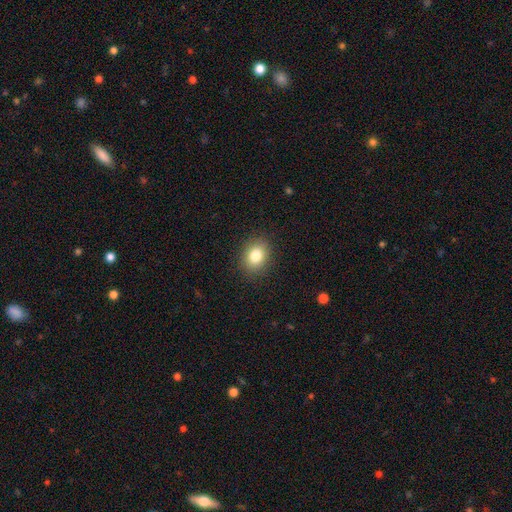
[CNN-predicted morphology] This appears to be a smooth galaxy with no disk features (81%) that is in between round and cigar-shaped (53%). Merging: none (89%).